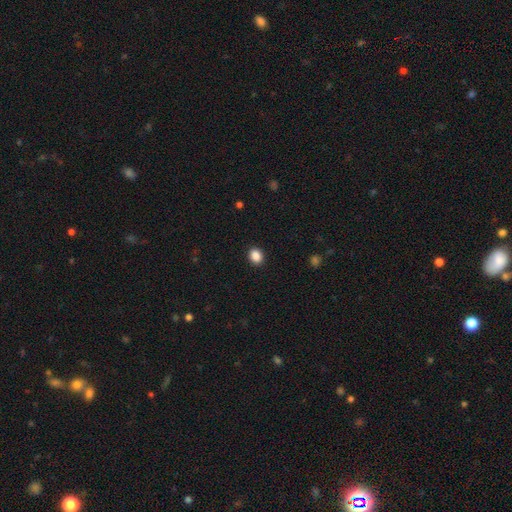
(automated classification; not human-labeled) Smooth or featured? smooth (88%)
How rounded? in between (53%)
Merging? none (91%)